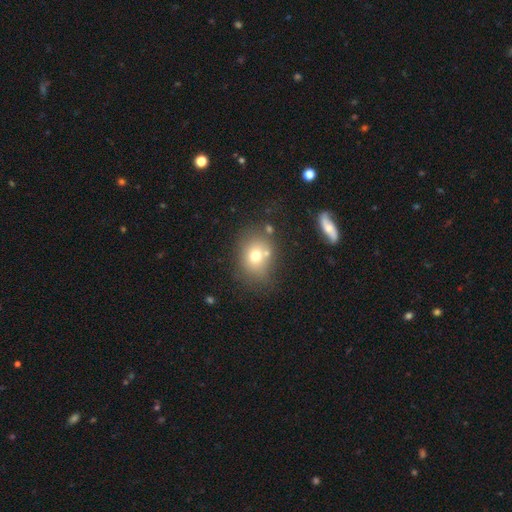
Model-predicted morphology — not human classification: A smooth galaxy with no disk features (69%) that is round (53%).

Vote fractions:
- Smooth or featured? smooth: 69% / featured or disk: 17% / star or artifact: 13%
- How rounded? round: 53% / in between: 46% / cigar-shaped: 1%
- Merging? none: 62% / minor disturbance: 16% / merger: 15% / major disturbance: 7%